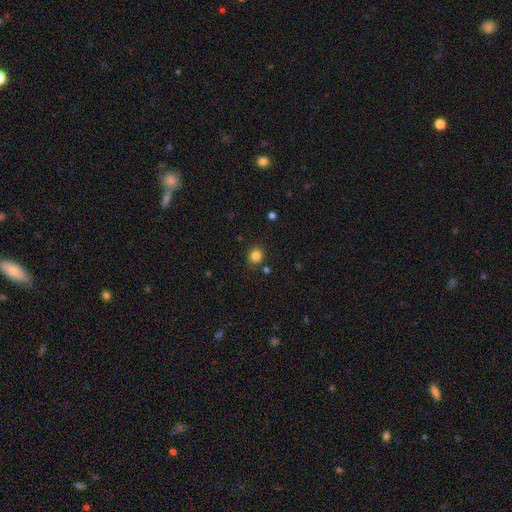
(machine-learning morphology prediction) Overall: smooth (83%). How rounded: round (85%). Merging: none (86%).